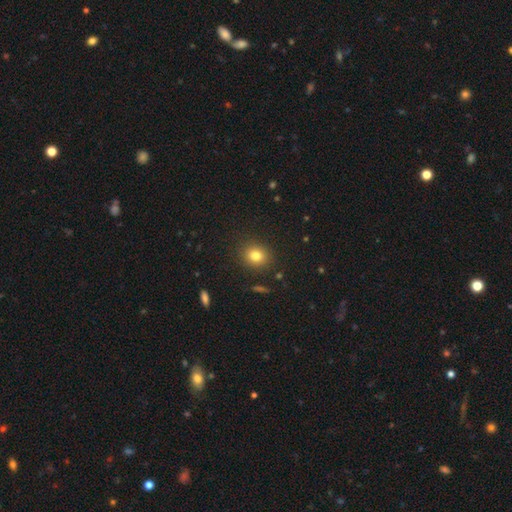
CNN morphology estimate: Q: Smooth or featured?
A: smooth (80%); runner-up: star or artifact (12%)
Q: How rounded?
A: round (70%); runner-up: in between (29%)
Q: Merging?
A: none (89%); runner-up: minor disturbance (7%)